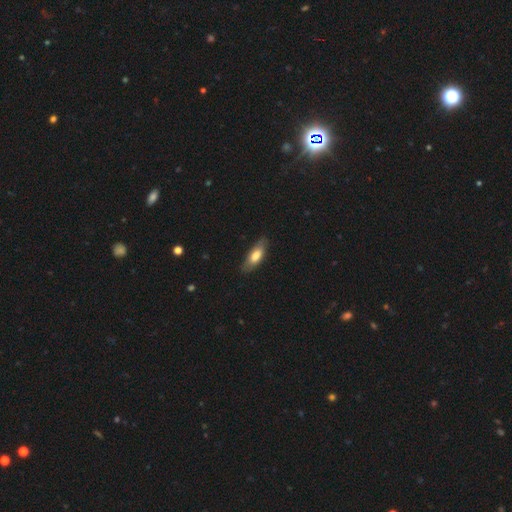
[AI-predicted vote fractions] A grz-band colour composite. It shows a smooth galaxy with no disk features (72%) that is in between round and cigar-shaped (67%). Merging: none (81%).